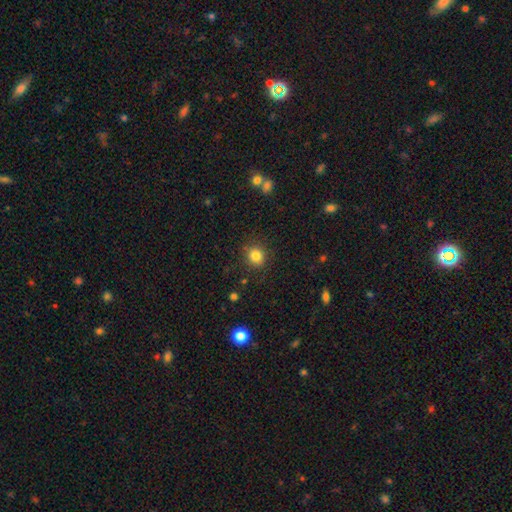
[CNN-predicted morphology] A smooth galaxy with no disk features (83%) that is round (82%).

Vote fractions:
- Smooth or featured? smooth: 83% / star or artifact: 12% / featured or disk: 5%
- How rounded? round: 82% / in between: 17% / cigar-shaped: 1%
- Merging? none: 87% / minor disturbance: 8% / major disturbance: 3% / merger: 2%